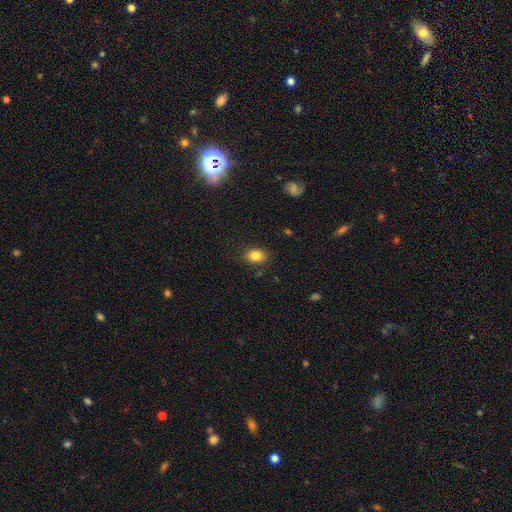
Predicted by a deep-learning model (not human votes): Smooth or featured: smooth — 84% (star or artifact — 10%)
How rounded: in between — 67% (round — 32%)
Merging: none — 84% (minor disturbance — 12%)